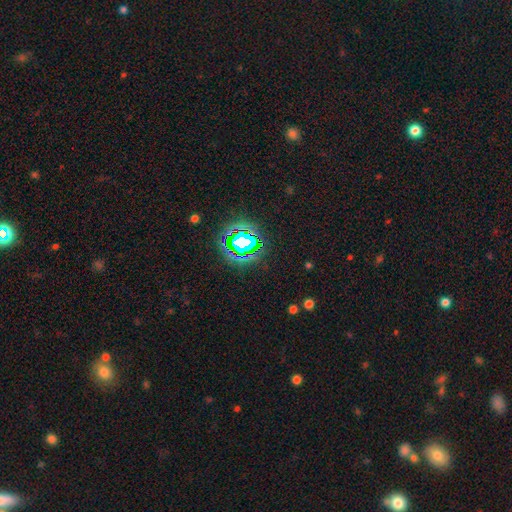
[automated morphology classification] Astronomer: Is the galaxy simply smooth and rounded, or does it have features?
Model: star or artifact — 79%.